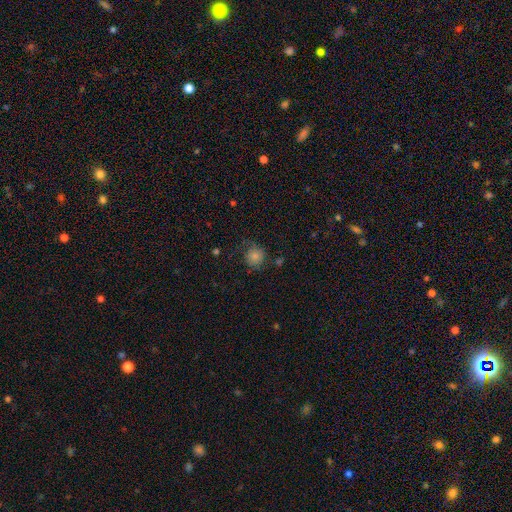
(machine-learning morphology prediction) Q: Smooth or featured?
A: smooth (75%); runner-up: featured or disk (15%)
Q: How rounded?
A: round (89%); runner-up: in between (10%)
Q: Merging?
A: none (62%); runner-up: minor disturbance (22%)